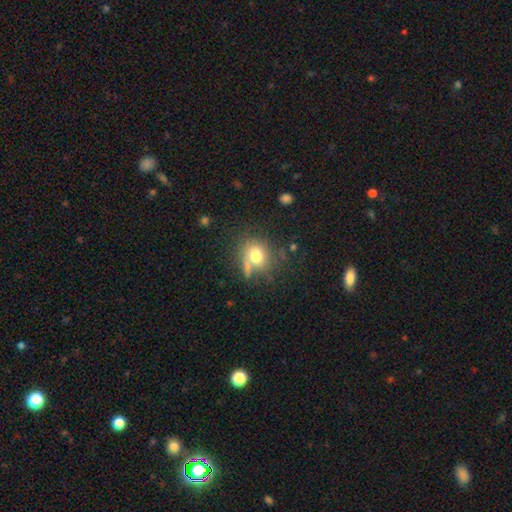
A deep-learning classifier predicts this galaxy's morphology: smooth_or_featured: smooth (p=0.75) [alt: featured or disk p=0.13]
how_rounded: round (p=0.73) [alt: in between p=0.26]
merging: none (p=0.61) [alt: minor disturbance p=0.18]